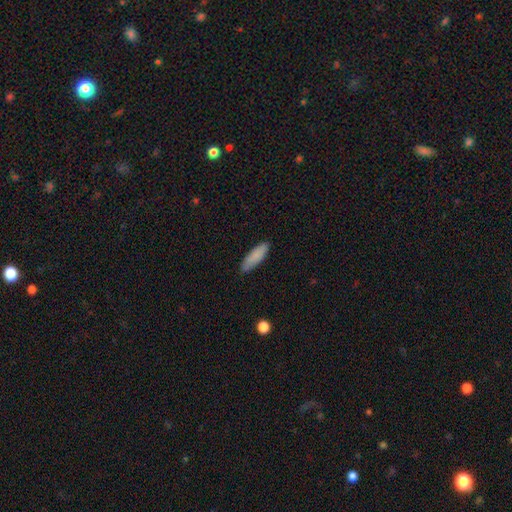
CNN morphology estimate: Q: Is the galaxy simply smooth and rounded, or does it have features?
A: smooth — 87%.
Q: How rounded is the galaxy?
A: cigar-shaped — 55%.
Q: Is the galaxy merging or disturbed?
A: none — 87%.